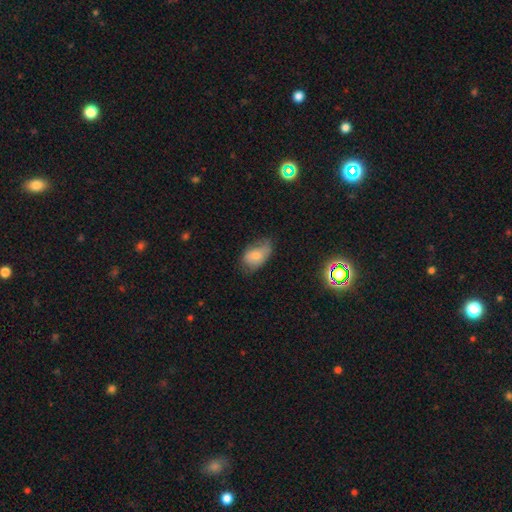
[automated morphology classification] Overall: smooth (71%). How rounded: in between (88%). Merging: none (47%; minor disturbance 37%).